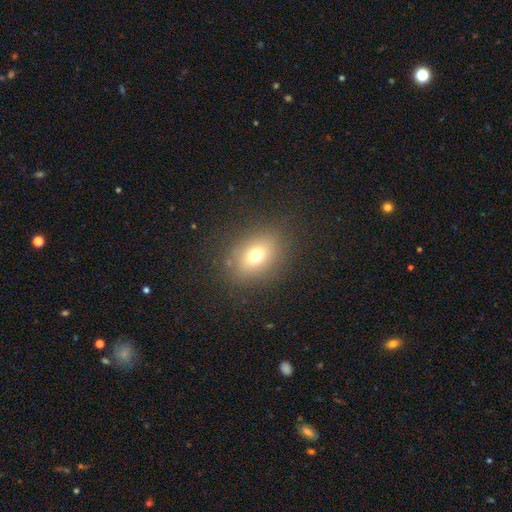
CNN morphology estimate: smooth 71%, star or artifact 15%, featured or disk 14%. Down the decision tree: how rounded — in between (63%); merging — none (84%).